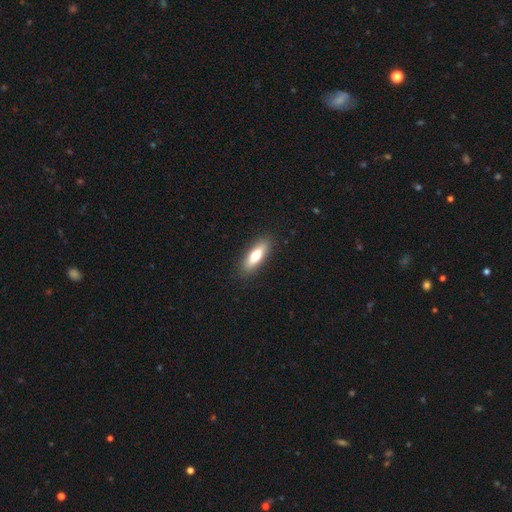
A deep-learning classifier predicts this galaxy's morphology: The model was most divided on "how rounded": in between: 54%, cigar-shaped: 44%, round: 2%. More confident: merging — none (89%); smooth or featured — smooth (71%).